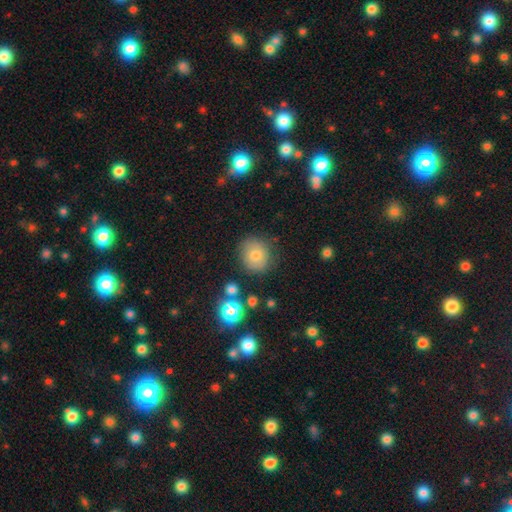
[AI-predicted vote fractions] Q: Smooth or featured?
A: smooth (76%); runner-up: featured or disk (13%)
Q: How rounded?
A: round (77%); runner-up: in between (22%)
Q: Merging?
A: none (78%); runner-up: minor disturbance (14%)